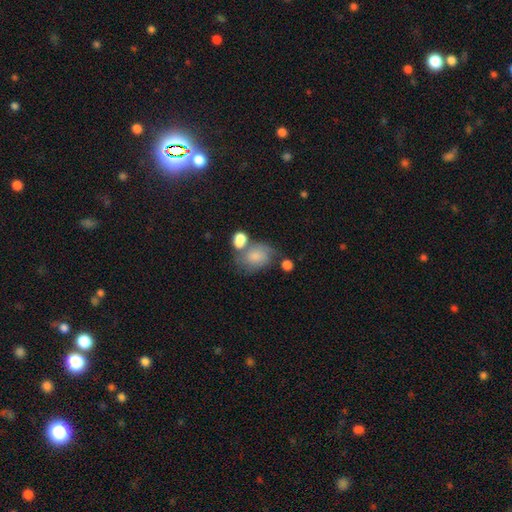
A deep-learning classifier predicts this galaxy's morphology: The model was most divided on "merging": none: 38%, merger: 28%, minor disturbance: 22%, major disturbance: 12%. More confident: how rounded — in between (70%); smooth or featured — smooth (68%).